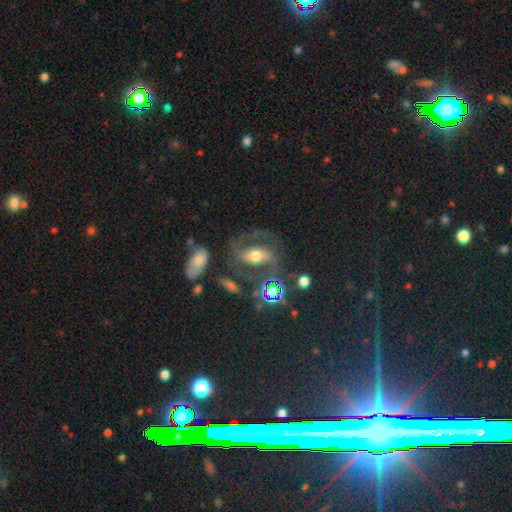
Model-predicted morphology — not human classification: A featured or disk galaxy (76%) with a strong bar (45%), 2 (89%) medium (55%) spiral arms (88%) and a moderate central bulge (65%).

Vote fractions:
- Smooth or featured? featured or disk: 76% / smooth: 14% / star or artifact: 10%
- Edge-on disk? no: 95% / yes: 5%
- Bar? strong: 45% / weak: 32% / no: 23%
- Spiral arms? yes: 88% / no: 12%
- Spiral winding? medium: 55% / tight: 23% / loose: 21%
- Spiral arm count? 2: 89% / can't tell: 5% / 1: 3% / 3: 2% / 4: 1% / more than 4: 1%
- Bulge size? moderate: 65% / large: 16% / small: 15% / dominant: 2% / none: 2%
- Merging? none: 67% / minor disturbance: 15% / major disturbance: 13% / merger: 5%